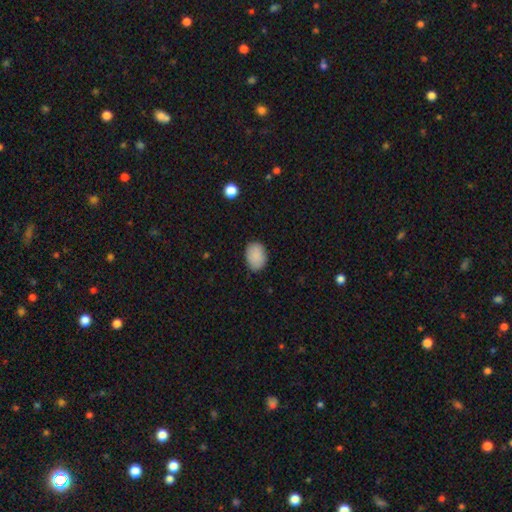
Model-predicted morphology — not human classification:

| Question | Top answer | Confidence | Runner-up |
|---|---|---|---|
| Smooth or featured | smooth | 89% | star or artifact (7%) |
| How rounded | in between | 78% | round (21%) |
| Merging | none | 83% | minor disturbance (13%) |